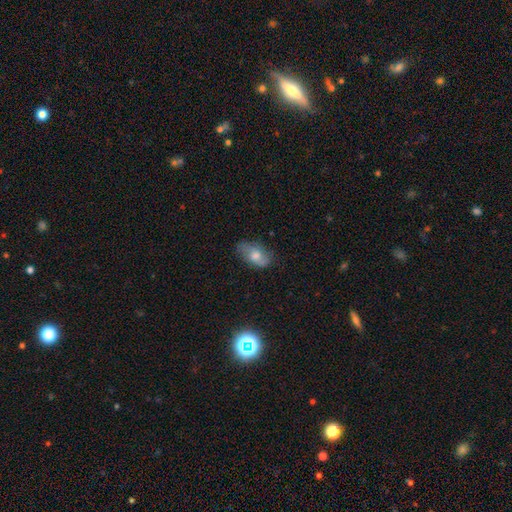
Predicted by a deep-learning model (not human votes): This is possibly a smooth galaxy (55%). How rounded: clearly in between (88%). Merging: likely none (71%).